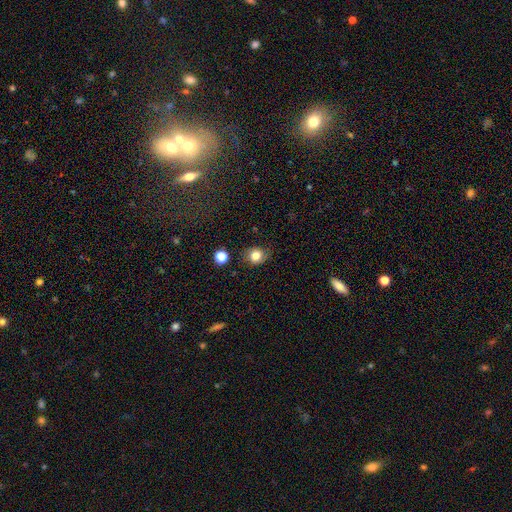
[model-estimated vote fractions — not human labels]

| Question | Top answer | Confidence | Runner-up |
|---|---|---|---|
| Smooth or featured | smooth | 80% | star or artifact (12%) |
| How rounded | round | 74% | in between (25%) |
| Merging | none | 79% | minor disturbance (15%) |